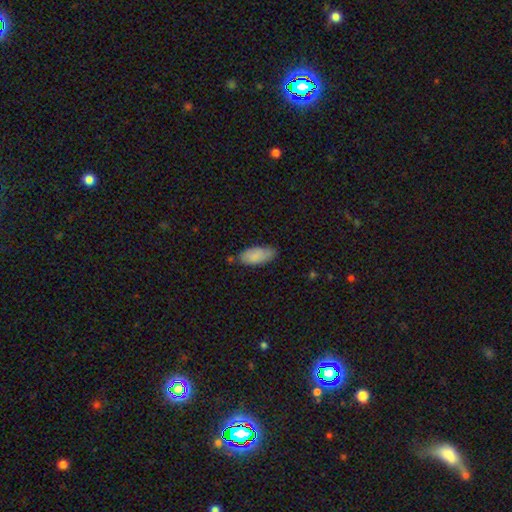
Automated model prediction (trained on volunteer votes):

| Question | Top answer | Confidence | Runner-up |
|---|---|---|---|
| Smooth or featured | smooth | 83% | featured or disk (11%) |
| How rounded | in between | 89% | cigar-shaped (10%) |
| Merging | none | 66% | minor disturbance (26%) |